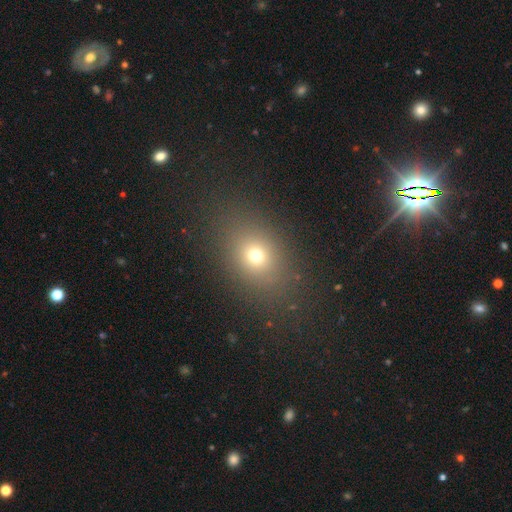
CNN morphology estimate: Q: Smooth or featured?
A: smooth (69%); runner-up: star or artifact (20%)
Q: How rounded?
A: in between (54%); runner-up: round (45%)
Q: Merging?
A: none (81%); runner-up: minor disturbance (10%)